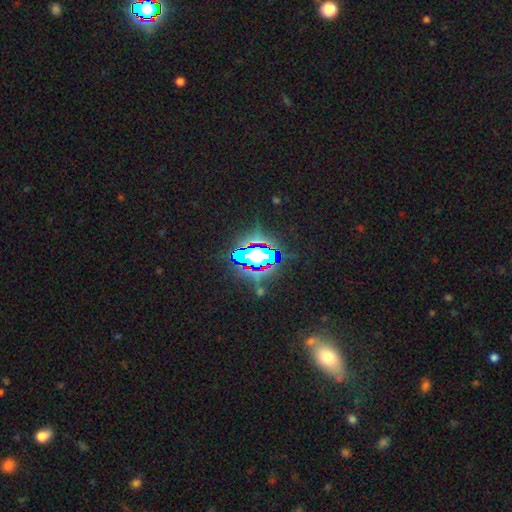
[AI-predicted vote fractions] This is likely a star or artifact rather than a galaxy (63%).